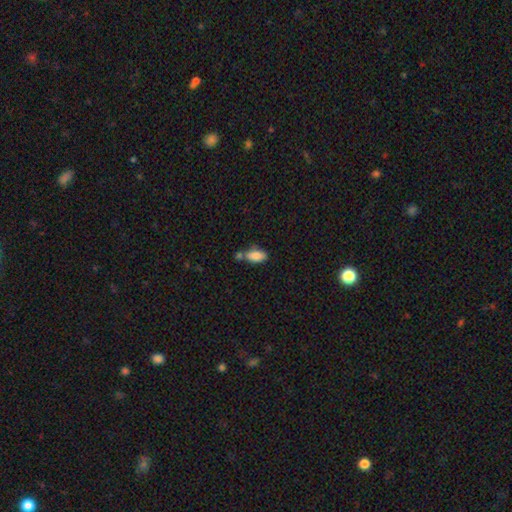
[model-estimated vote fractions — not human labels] Smooth or featured?
  - smooth: 85% *
  - star or artifact: 8%
  - featured or disk: 7%
How rounded?
  - in between: 90% *
  - cigar-shaped: 7%
  - round: 3%
Merging?
  - none: 46% *
  - merger: 33%
  - minor disturbance: 16%
  - major disturbance: 5%